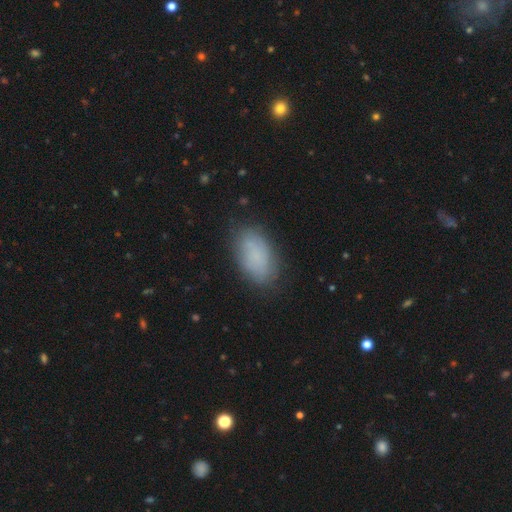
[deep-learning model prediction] Smooth or featured? smooth (80%)
How rounded? in between (93%)
Merging? none (80%)